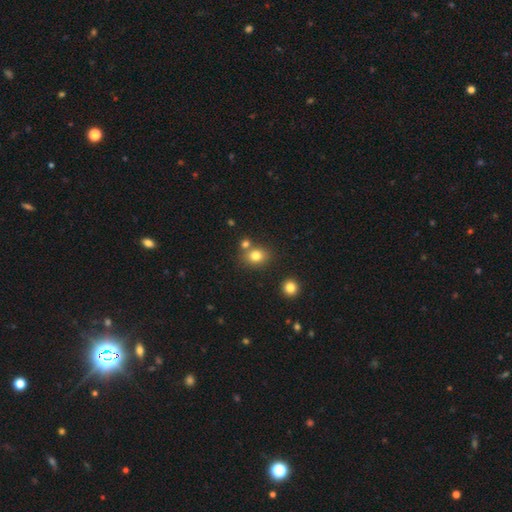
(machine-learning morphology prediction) This is likely a smooth galaxy (79%). How rounded: likely round (67%). Merging: likely none (69%).